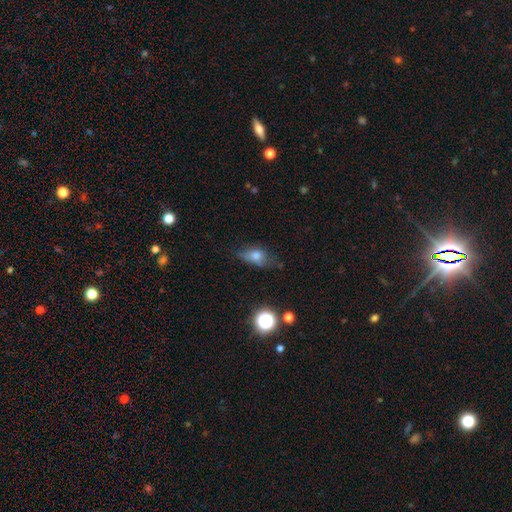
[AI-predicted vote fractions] A smooth galaxy with no disk features (70%) that is in between round and cigar-shaped (75%). Merging: none (49%).